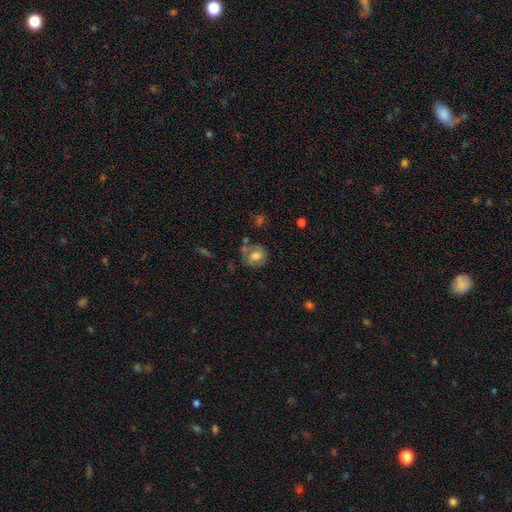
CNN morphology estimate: Smooth or featured? smooth (58%)
How rounded? round (67%)
Merging? none (59%)